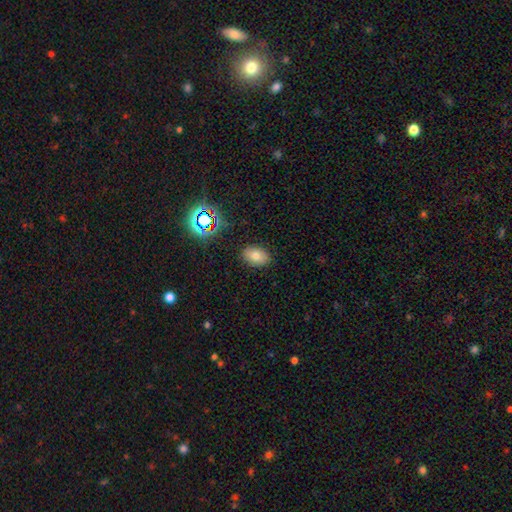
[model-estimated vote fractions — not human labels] This appears to be a smooth galaxy with no disk features (74%) that is in between round and cigar-shaped (84%). Merging: none (86%).